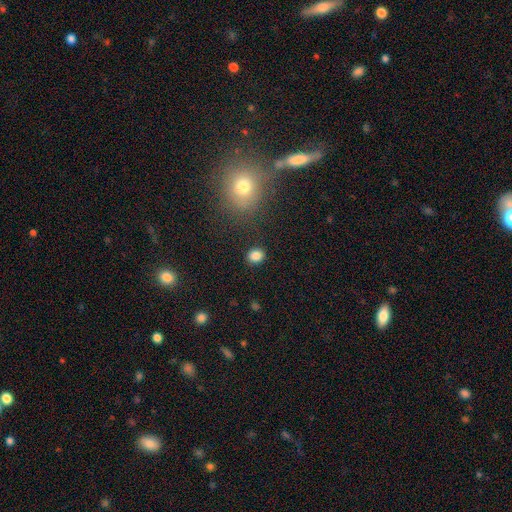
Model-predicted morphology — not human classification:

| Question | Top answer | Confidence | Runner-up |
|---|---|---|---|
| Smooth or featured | smooth | 85% | star or artifact (11%) |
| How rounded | round | 62% | in between (37%) |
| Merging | none | 87% | minor disturbance (8%) |